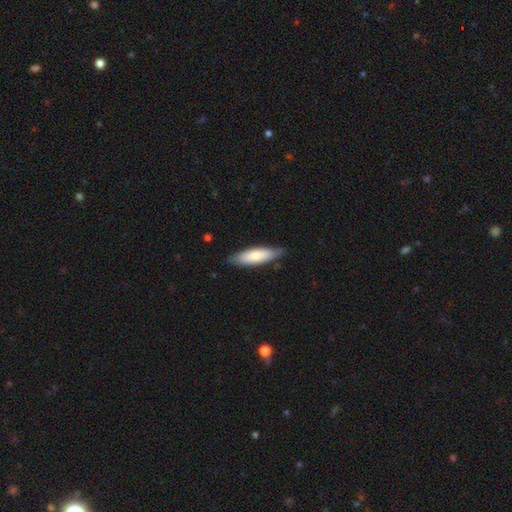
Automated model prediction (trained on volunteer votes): Smooth or featured: smooth — 73% (featured or disk — 22%)
How rounded: cigar-shaped — 51% (in between — 48%)
Merging: none — 80% (minor disturbance — 16%)